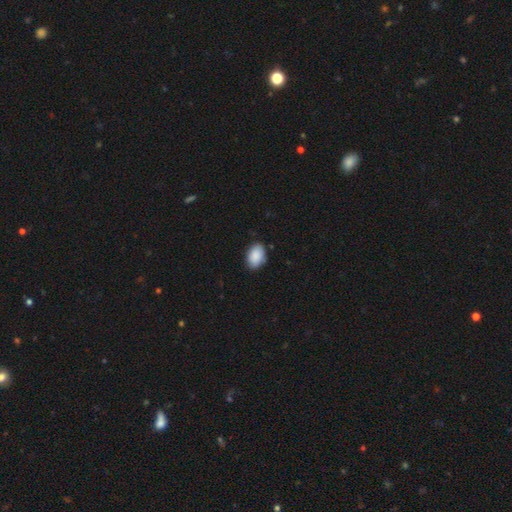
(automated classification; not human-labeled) The model was most divided on "merging": none: 83%, minor disturbance: 14%, major disturbance: 2%, merger: 1%. More confident: smooth or featured — smooth (89%); how rounded — in between (88%).